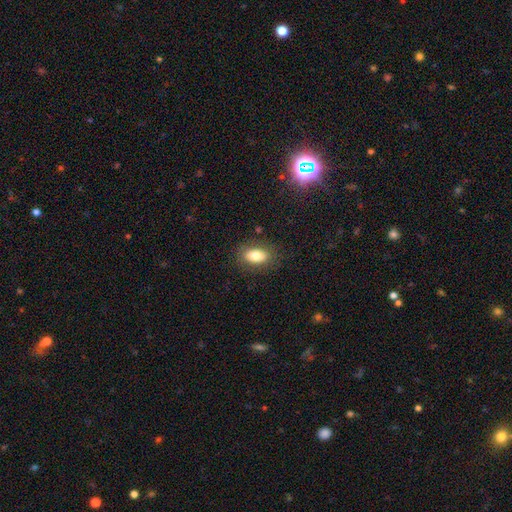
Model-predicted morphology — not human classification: smooth_or_featured: smooth (p=0.79) [alt: featured or disk p=0.13]
how_rounded: in between (p=0.89) [alt: round p=0.09]
merging: none (p=0.84) [alt: minor disturbance p=0.11]